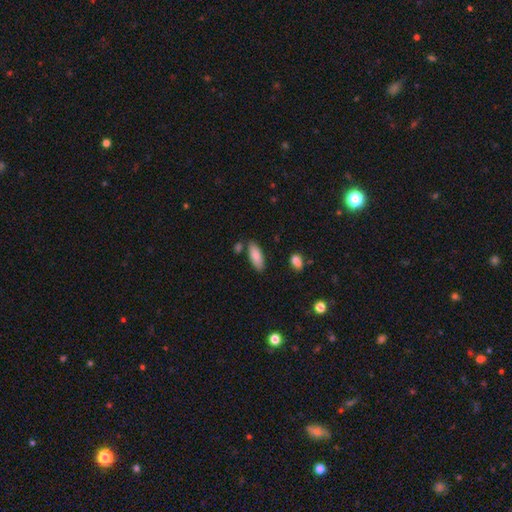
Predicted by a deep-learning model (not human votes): Overall: smooth (86%). How rounded: in between (75%). Merging: none (79%).